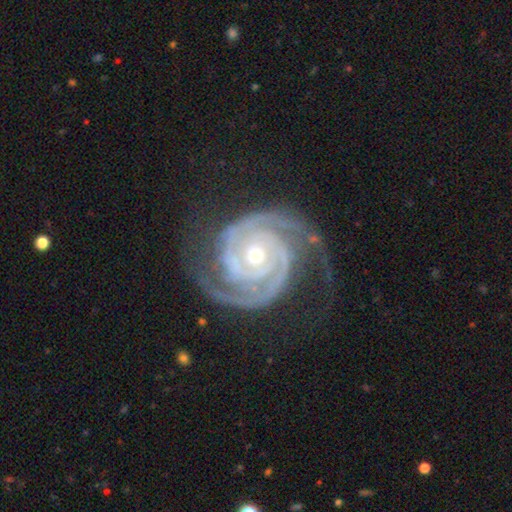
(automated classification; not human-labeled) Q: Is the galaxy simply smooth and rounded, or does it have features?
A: featured or disk — 94%.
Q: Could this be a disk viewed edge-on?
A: no — 98%.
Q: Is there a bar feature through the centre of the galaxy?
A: no — 72%.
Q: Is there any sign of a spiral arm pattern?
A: yes — 99%.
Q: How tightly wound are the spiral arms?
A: tight — 76%.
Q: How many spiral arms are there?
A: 2 — 77%.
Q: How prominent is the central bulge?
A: small — 57%.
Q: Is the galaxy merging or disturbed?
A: none — 73%.